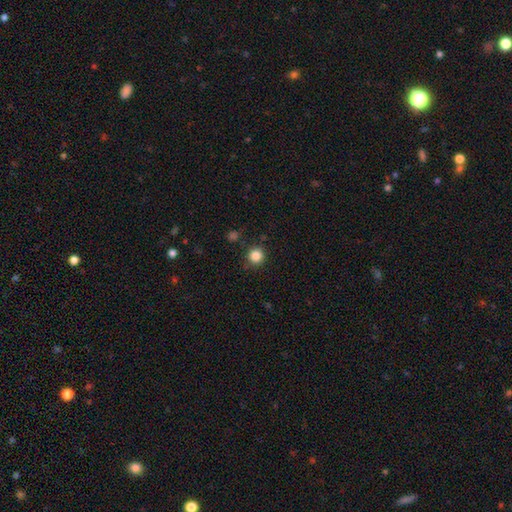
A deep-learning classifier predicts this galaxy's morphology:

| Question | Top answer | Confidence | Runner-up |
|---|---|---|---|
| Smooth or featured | smooth | 85% | star or artifact (11%) |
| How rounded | round | 94% | in between (5%) |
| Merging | none | 88% | minor disturbance (7%) |